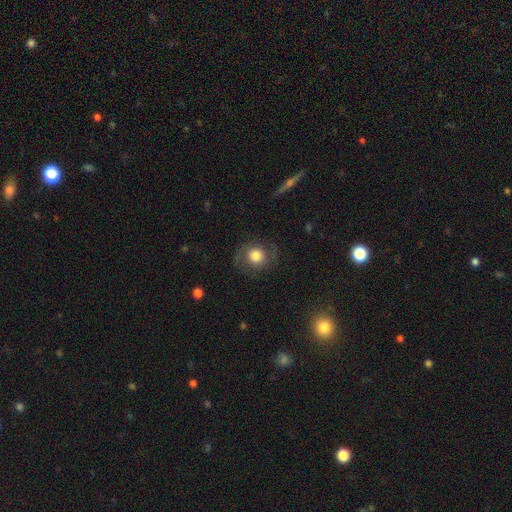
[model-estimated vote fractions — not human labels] Morphology: type=smooth (54%); roundness=round (82%); merging=none (76%).